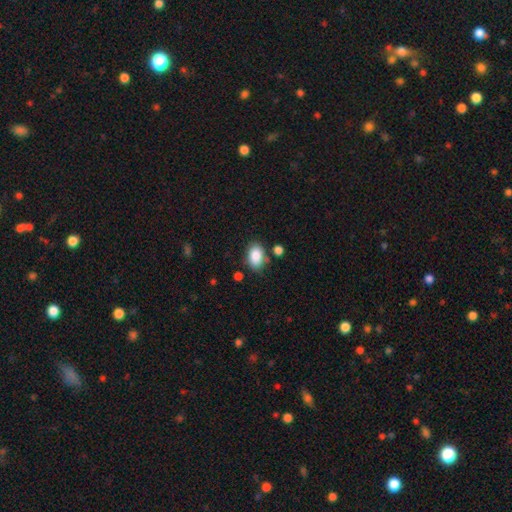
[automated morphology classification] smooth_or_featured: smooth (p=0.86) [alt: star or artifact p=0.08]
how_rounded: in between (p=0.84) [alt: round p=0.15]
merging: none (p=0.75) [alt: minor disturbance p=0.15]